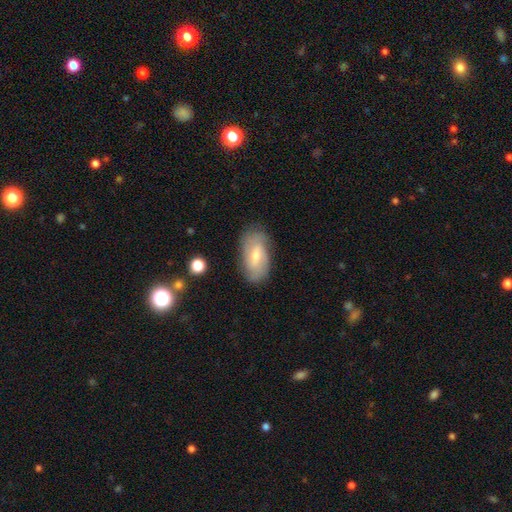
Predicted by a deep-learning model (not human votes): The model was most divided on "smooth or featured": featured or disk: 53%, smooth: 38%, star or artifact: 9%. More confident: edge-on disk — no (92%); merging — none (78%).